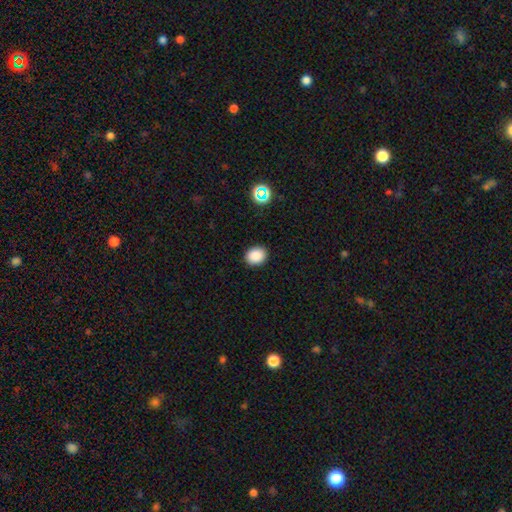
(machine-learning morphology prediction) Overall: smooth (87%). How rounded: round (58%; in between 41%). Merging: none (90%).